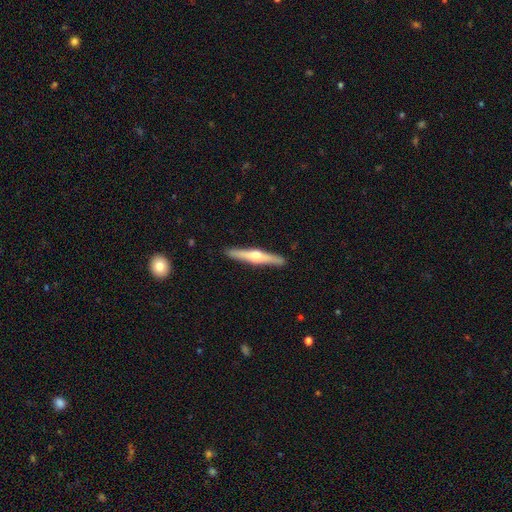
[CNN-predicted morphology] The model was most divided on "smooth or featured": featured or disk: 69%, smooth: 26%, star or artifact: 5%. More confident: edge-on disk — yes (98%); edge-on bulge — rounded (92%); merging — none (92%).